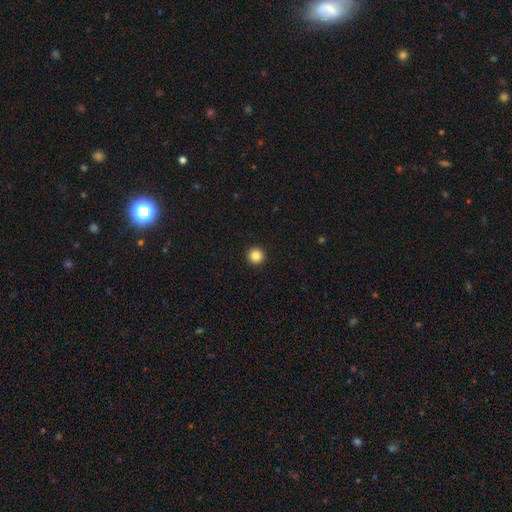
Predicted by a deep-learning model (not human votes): Q: Smooth or featured?
A: smooth (86%); runner-up: star or artifact (11%)
Q: How rounded?
A: round (96%); runner-up: in between (3%)
Q: Merging?
A: none (94%); runner-up: minor disturbance (4%)